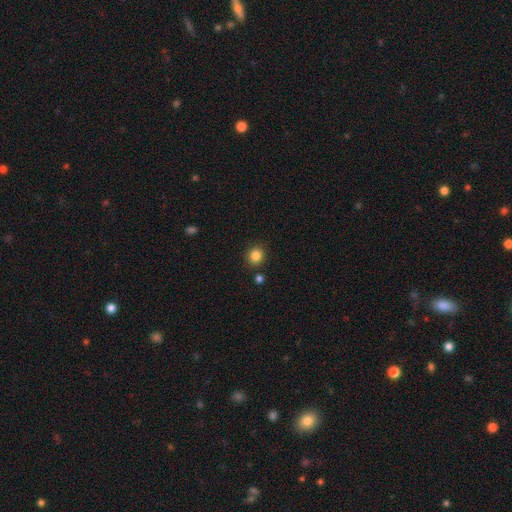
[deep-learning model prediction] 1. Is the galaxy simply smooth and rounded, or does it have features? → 84% smooth, 12% star or artifact, 4% featured or disk.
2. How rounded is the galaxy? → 89% round, 10% in between, 1% cigar-shaped.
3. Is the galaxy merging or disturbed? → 87% none, 7% minor disturbance, 4% merger, 2% major disturbance.